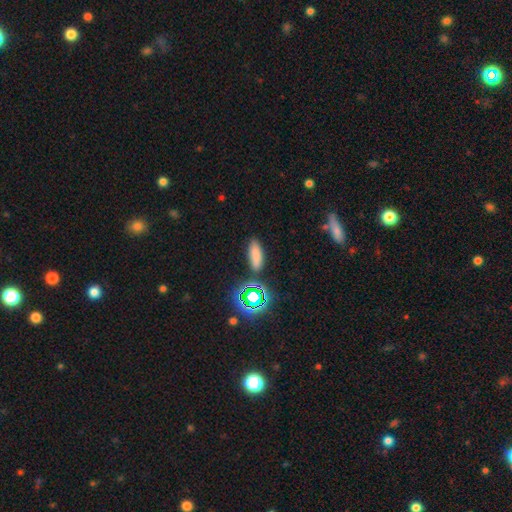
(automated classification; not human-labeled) smooth-or-featured: smooth: 74% | star or artifact: 19% | featured or disk: 7%
  how-rounded: in between: 65% | cigar-shaped: 30% | round: 5%
  merging: none: 83% | minor disturbance: 10% | merger: 4% | major disturbance: 3%